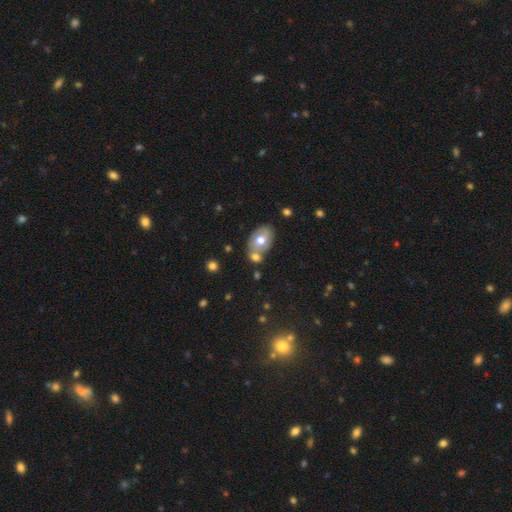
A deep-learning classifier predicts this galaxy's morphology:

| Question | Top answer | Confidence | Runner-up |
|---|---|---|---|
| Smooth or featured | smooth | 61% | featured or disk (28%) |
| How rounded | in between | 74% | round (24%) |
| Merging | none | 56% | merger (27%) |